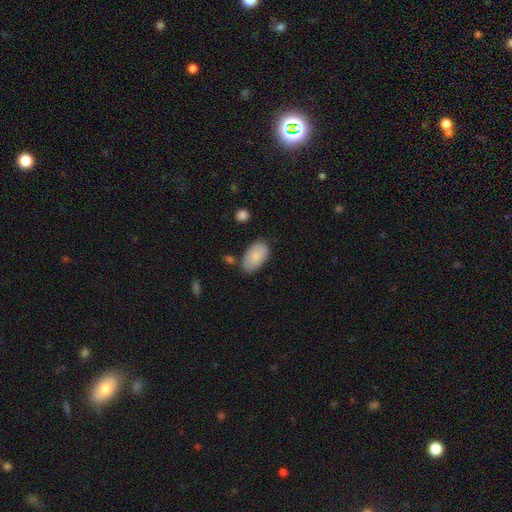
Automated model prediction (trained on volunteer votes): smooth 83%, featured or disk 11%, star or artifact 6%. Down the decision tree: how rounded — in between (95%); merging — none (74%).